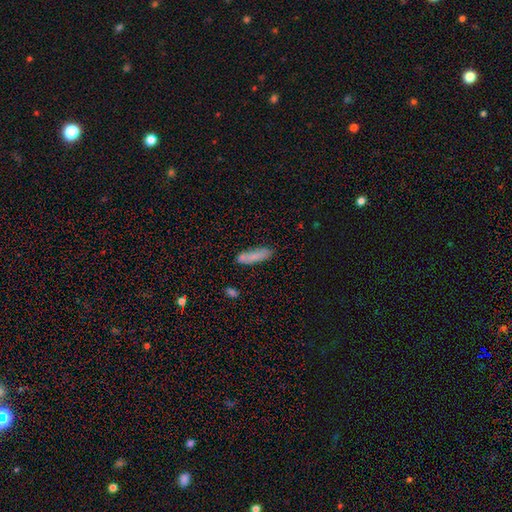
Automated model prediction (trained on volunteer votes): A smooth galaxy with no disk features (80%) that is cigar-shaped (58%).

Vote fractions:
- Smooth or featured? smooth: 80% / featured or disk: 12% / star or artifact: 8%
- How rounded? cigar-shaped: 58% / in between: 39% / round: 2%
- Merging? none: 69% / minor disturbance: 19% / merger: 7% / major disturbance: 5%